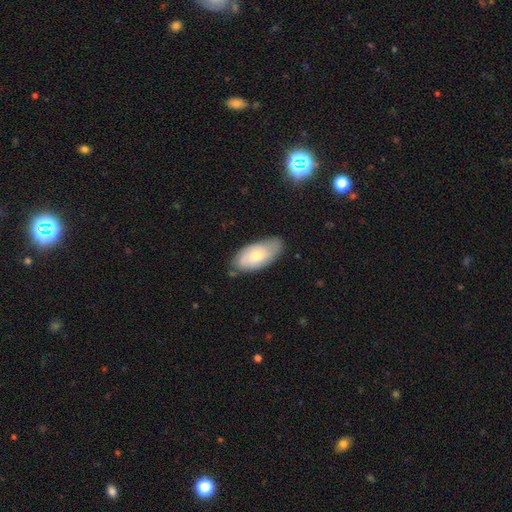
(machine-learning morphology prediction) Smooth or featured?
  - smooth: 53% *
  - featured or disk: 41%
  - star or artifact: 6%
How rounded?
  - in between: 91% *
  - cigar-shaped: 6%
  - round: 3%
Merging?
  - none: 69% *
  - minor disturbance: 24%
  - major disturbance: 5%
  - merger: 2%